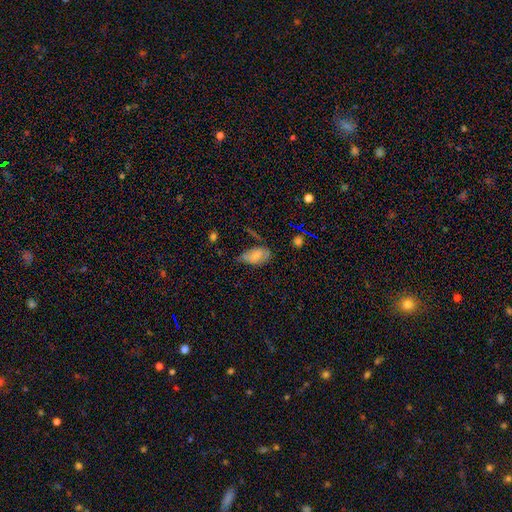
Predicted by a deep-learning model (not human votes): smooth_or_featured: smooth (p=0.68) [alt: featured or disk p=0.22]
how_rounded: in between (p=0.91) [alt: round p=0.05]
merging: none (p=0.47) [alt: minor disturbance p=0.37]